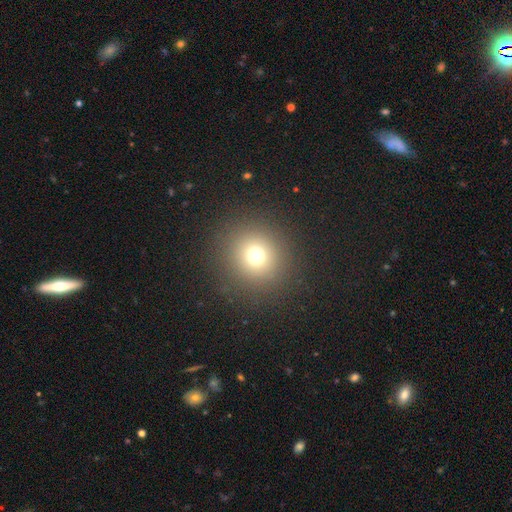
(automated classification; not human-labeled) Q: Smooth or featured?
A: smooth (72%); runner-up: star or artifact (19%)
Q: How rounded?
A: round (91%); runner-up: in between (8%)
Q: Merging?
A: none (89%); runner-up: minor disturbance (6%)